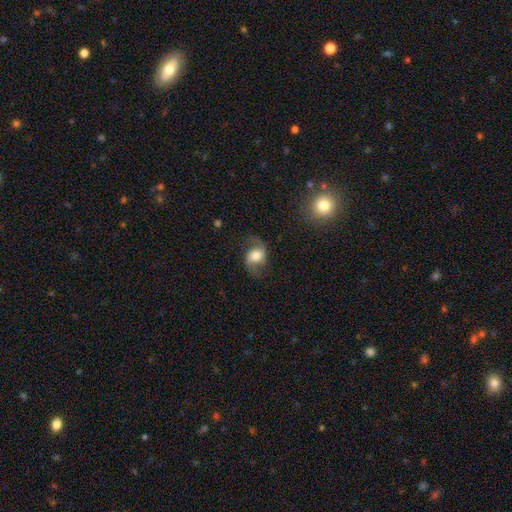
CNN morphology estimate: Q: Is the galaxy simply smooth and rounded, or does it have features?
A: featured or disk — 56%.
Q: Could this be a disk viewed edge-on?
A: no — 96%.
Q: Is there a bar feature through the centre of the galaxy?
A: no — 50%.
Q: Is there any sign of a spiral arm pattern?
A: yes — 89%.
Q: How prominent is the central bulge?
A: moderate — 49%.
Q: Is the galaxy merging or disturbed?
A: none — 66%.